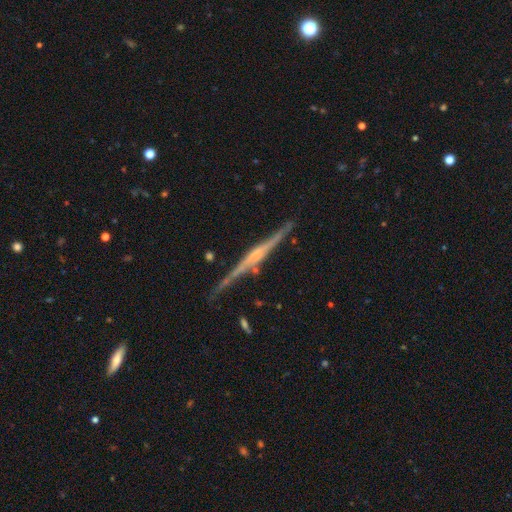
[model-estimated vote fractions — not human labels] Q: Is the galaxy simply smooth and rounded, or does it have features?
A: featured or disk — 83%.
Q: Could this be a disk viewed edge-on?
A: yes — 97%.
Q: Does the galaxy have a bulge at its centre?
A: rounded — 52%.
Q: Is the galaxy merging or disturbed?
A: none — 79%.